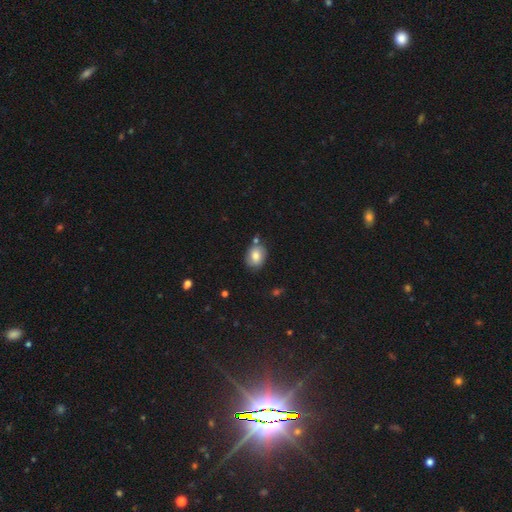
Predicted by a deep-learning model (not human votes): Q: Smooth or featured?
A: smooth (75%); runner-up: featured or disk (16%)
Q: How rounded?
A: in between (59%); runner-up: round (39%)
Q: Merging?
A: none (74%); runner-up: minor disturbance (16%)